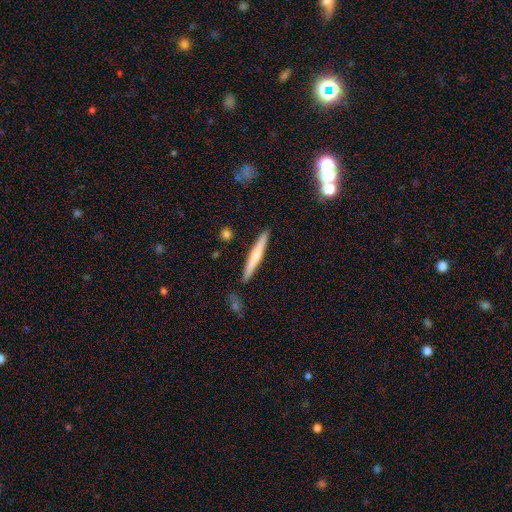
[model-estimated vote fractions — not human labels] Q: Smooth or featured?
A: smooth (53%); runner-up: featured or disk (41%)
Q: How rounded?
A: cigar-shaped (95%); runner-up: in between (3%)
Q: Merging?
A: none (90%); runner-up: minor disturbance (7%)